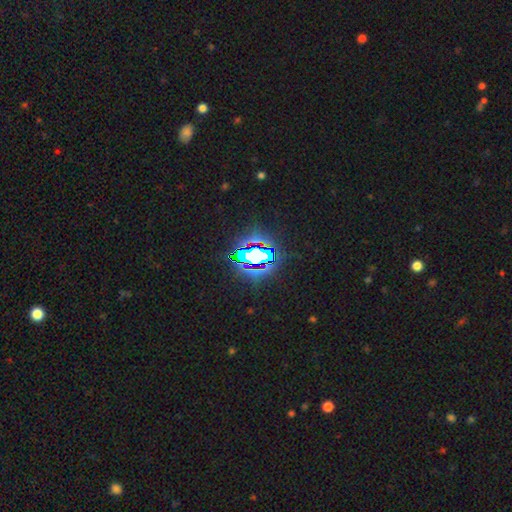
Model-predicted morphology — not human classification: This appears to be a star or artifact, not a galaxy (72%).